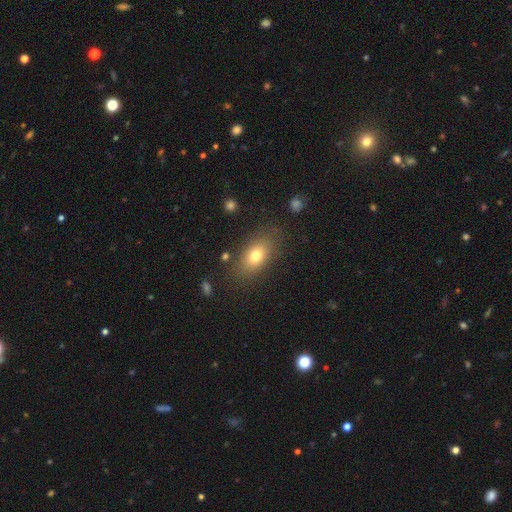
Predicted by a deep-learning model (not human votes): Smooth or featured: smooth — 75% (featured or disk — 15%)
How rounded: in between — 83% (round — 12%)
Merging: none — 81% (minor disturbance — 12%)